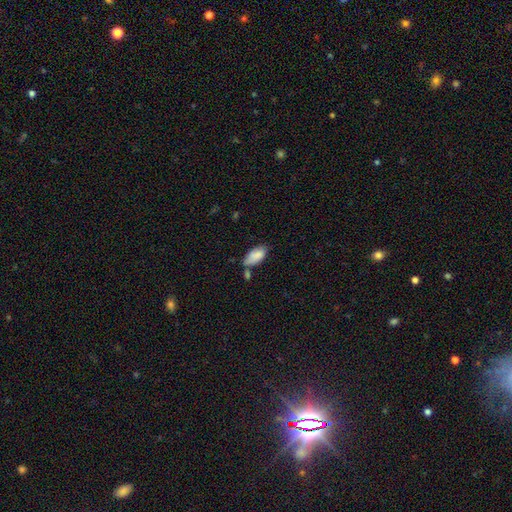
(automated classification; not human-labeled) Smooth or featured?
  - smooth: 85% *
  - featured or disk: 8%
  - star or artifact: 7%
How rounded?
  - in between: 92% *
  - cigar-shaped: 6%
  - round: 2%
Merging?
  - none: 47% *
  - minor disturbance: 28%
  - merger: 17%
  - major disturbance: 8%